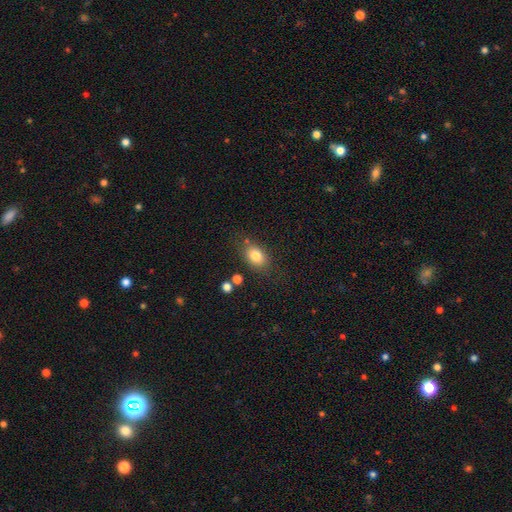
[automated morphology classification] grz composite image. It shows a smooth galaxy with no disk features (81%) that is in between round and cigar-shaped (79%). Merging: none (73%).